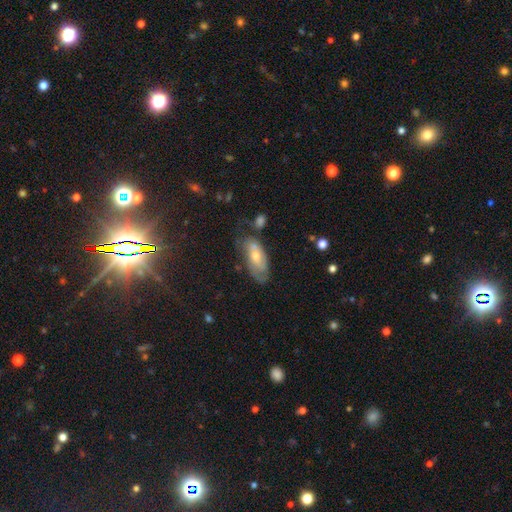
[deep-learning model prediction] A featured or disk galaxy (55%). Merging: none (53%).